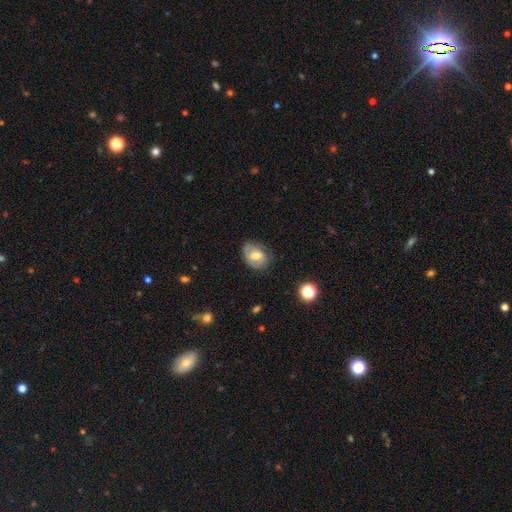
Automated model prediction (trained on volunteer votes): The model was most divided on "smooth or featured": smooth: 52%, featured or disk: 40%, star or artifact: 9%. More confident: how rounded — in between (70%); merging — none (63%).